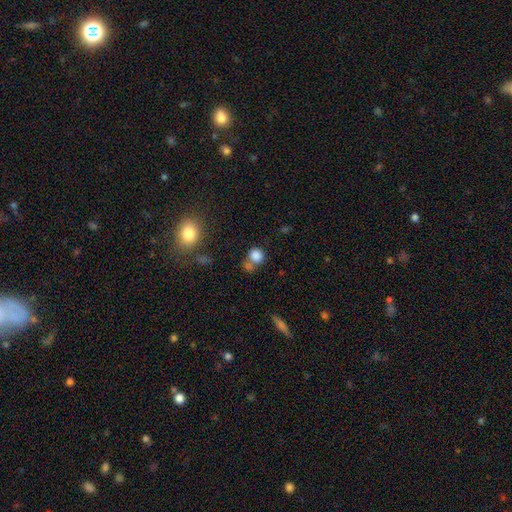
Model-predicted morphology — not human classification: The model was most divided on "merging": none: 50%, merger: 31%, minor disturbance: 13%, major disturbance: 7%. More confident: smooth or featured — smooth (82%); how rounded — round (80%).